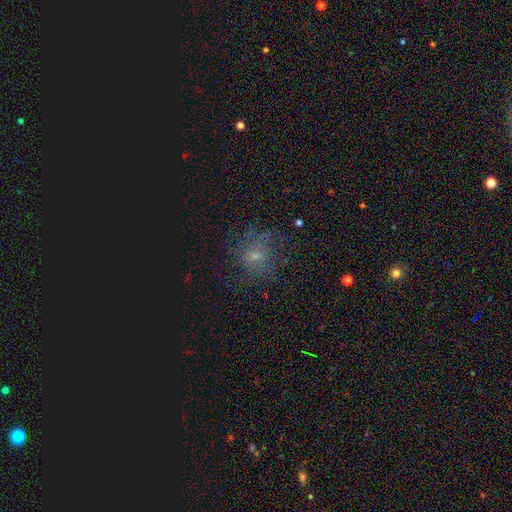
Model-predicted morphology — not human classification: smooth 40%, featured or disk 37%, star or artifact 23%. Down the decision tree: merging — none (59%).